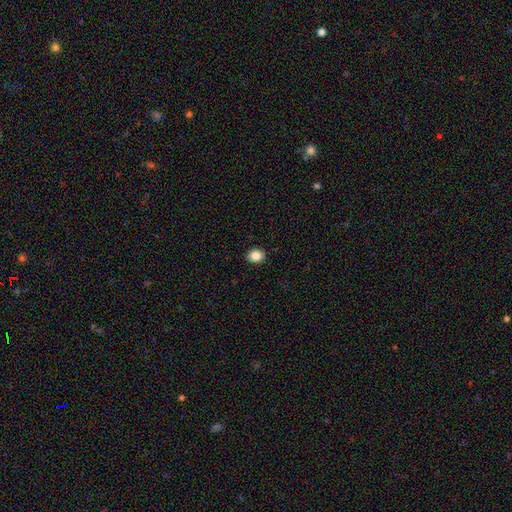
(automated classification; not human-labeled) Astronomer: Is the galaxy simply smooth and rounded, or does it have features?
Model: smooth — 86%.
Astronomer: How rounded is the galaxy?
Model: in between — 51% (runner-up: round, 48%).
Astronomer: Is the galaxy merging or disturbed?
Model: none — 91%.